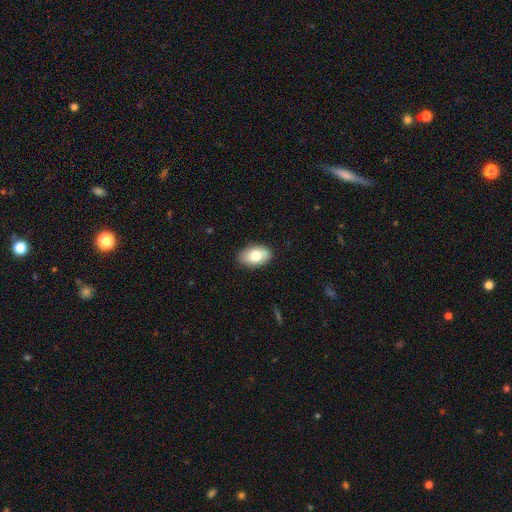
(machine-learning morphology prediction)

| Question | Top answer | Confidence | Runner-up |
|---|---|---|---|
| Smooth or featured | smooth | 78% | featured or disk (15%) |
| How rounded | in between | 92% | round (7%) |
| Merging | none | 85% | minor disturbance (12%) |